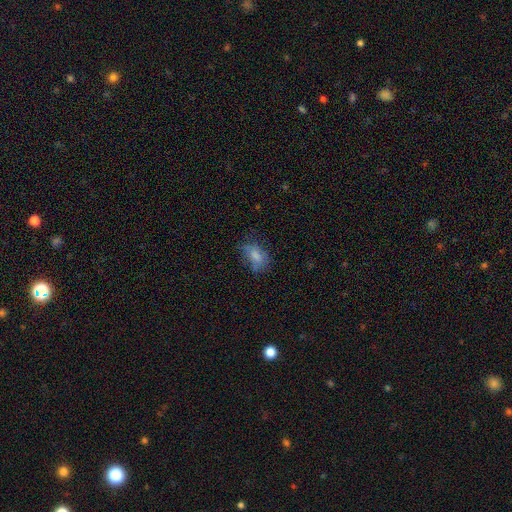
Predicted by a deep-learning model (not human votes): Q: Smooth or featured?
A: smooth (72%); runner-up: featured or disk (17%)
Q: How rounded?
A: in between (86%); runner-up: round (10%)
Q: Merging?
A: none (51%); runner-up: minor disturbance (28%)